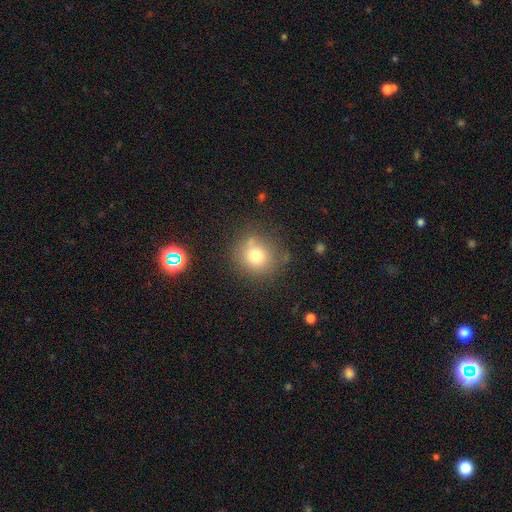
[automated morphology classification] Smooth or featured: smooth — 75% (star or artifact — 14%)
How rounded: round — 87% (in between — 12%)
Merging: none — 73% (minor disturbance — 17%)